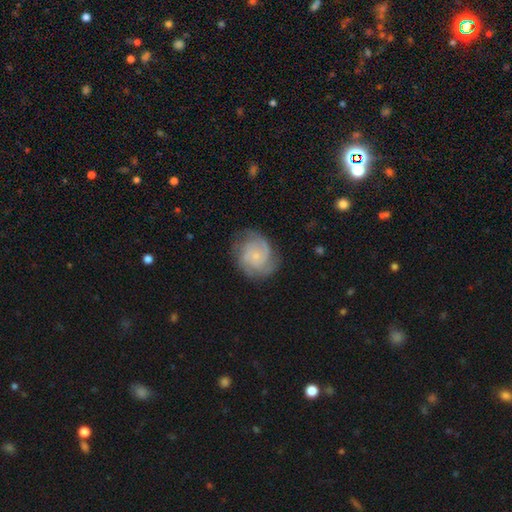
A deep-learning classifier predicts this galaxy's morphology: A featured or disk galaxy (75%) with no bar (77%), 3 (31%) tight (54%) spiral arms (94%) and a small central bulge (77%). Merging: none (71%).